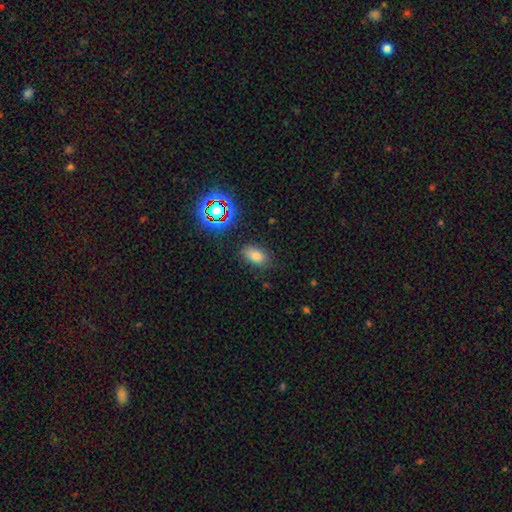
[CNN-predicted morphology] This is likely a smooth galaxy (75%). How rounded: clearly in between (88%). Merging: clearly none (82%).